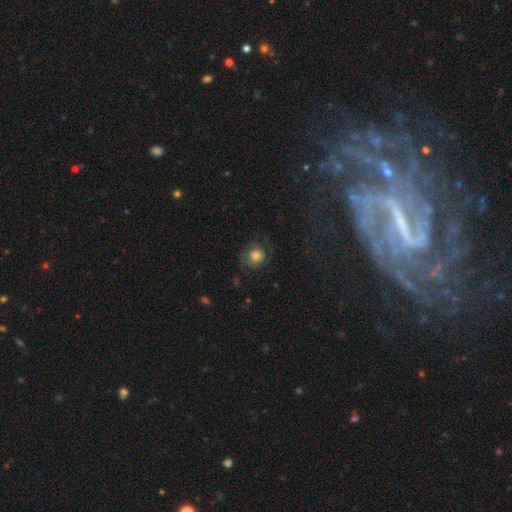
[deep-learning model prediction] smooth 69%, featured or disk 21%, star or artifact 10%. Down the decision tree: how rounded — round (83%); merging — none (59%).